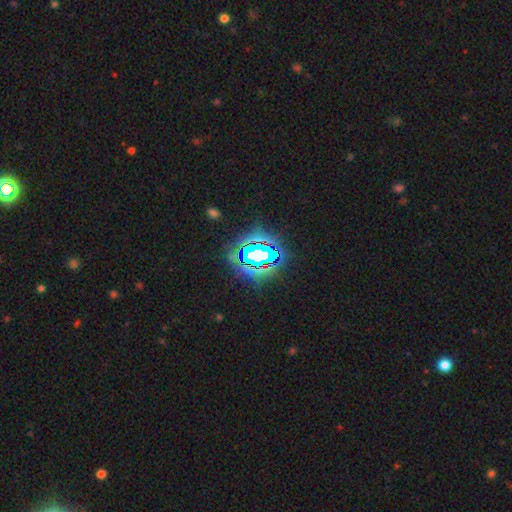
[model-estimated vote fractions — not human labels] A star or artifact, not a galaxy (68%).

Vote fractions:
- Smooth or featured? star or artifact: 68% / smooth: 17% / featured or disk: 15%